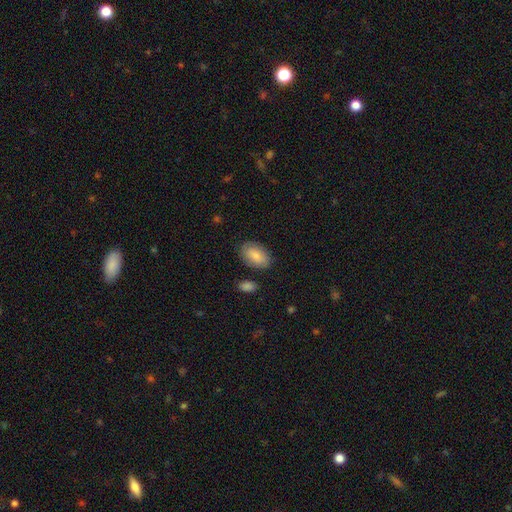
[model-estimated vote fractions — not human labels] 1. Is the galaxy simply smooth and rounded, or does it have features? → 84% smooth, 10% featured or disk, 6% star or artifact.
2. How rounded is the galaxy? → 92% in between, 6% round, 1% cigar-shaped.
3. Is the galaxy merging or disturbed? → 81% none, 13% minor disturbance, 3% major disturbance, 3% merger.